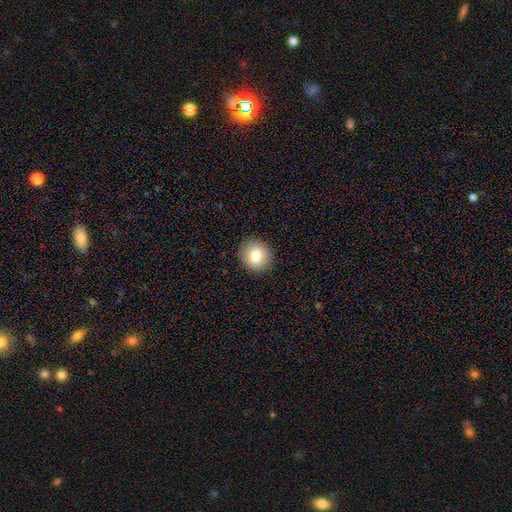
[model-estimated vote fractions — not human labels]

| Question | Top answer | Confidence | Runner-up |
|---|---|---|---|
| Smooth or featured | smooth | 82% | featured or disk (9%) |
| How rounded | round | 81% | in between (18%) |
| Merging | none | 90% | minor disturbance (7%) |